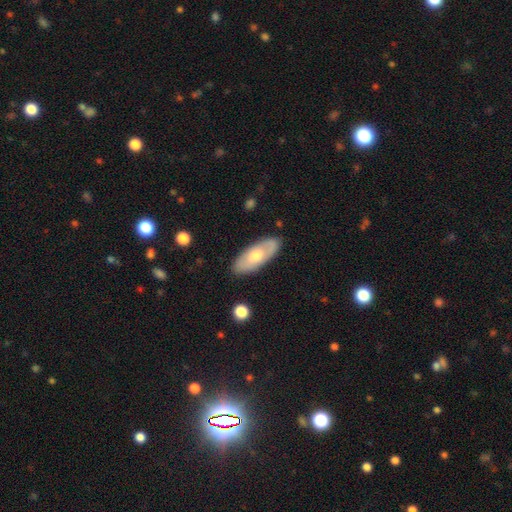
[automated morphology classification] smooth_or_featured: smooth (p=0.52) [alt: featured or disk p=0.42]
how_rounded: in between (p=0.82) [alt: cigar-shaped p=0.16]
merging: none (p=0.86) [alt: minor disturbance p=0.10]